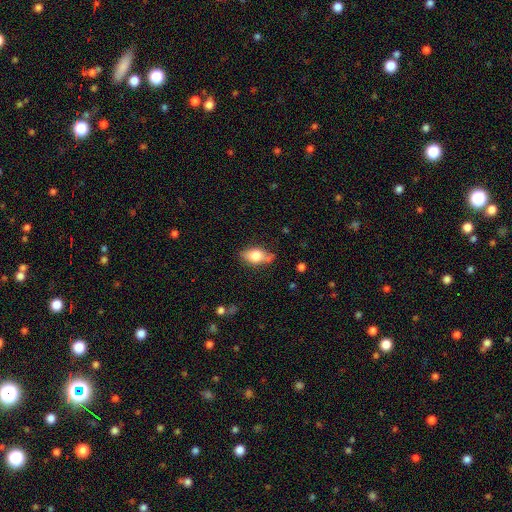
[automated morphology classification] This is likely a smooth galaxy (74%). How rounded: clearly in between (85%). Merging: likely none (68%).